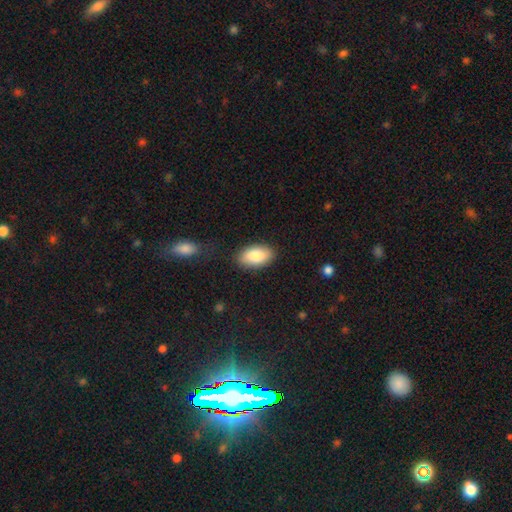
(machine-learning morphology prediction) A smooth galaxy with no disk features (84%) that is in between round and cigar-shaped (93%). Merging: none (84%).